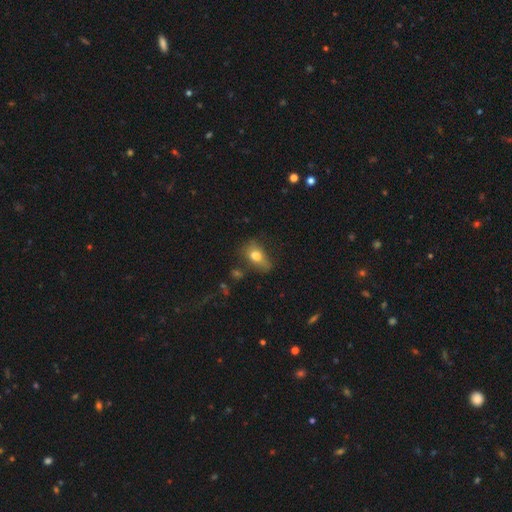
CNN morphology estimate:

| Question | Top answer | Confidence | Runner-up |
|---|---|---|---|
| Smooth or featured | smooth | 71% | featured or disk (19%) |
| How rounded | in between | 79% | round (17%) |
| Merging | none | 45% | minor disturbance (32%) |